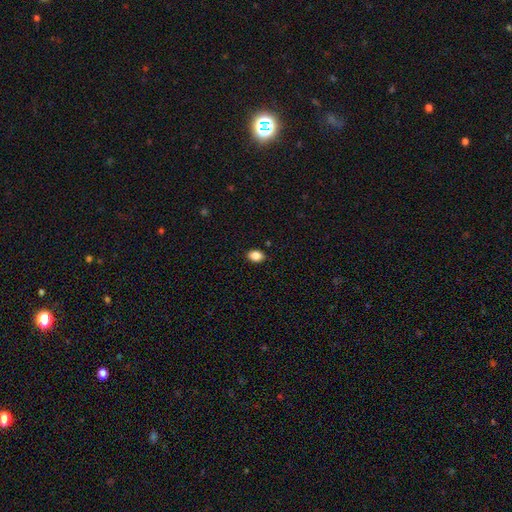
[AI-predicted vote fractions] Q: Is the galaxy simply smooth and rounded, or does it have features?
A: smooth — 86%.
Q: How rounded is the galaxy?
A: in between — 76%.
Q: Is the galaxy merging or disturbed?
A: none — 88%.